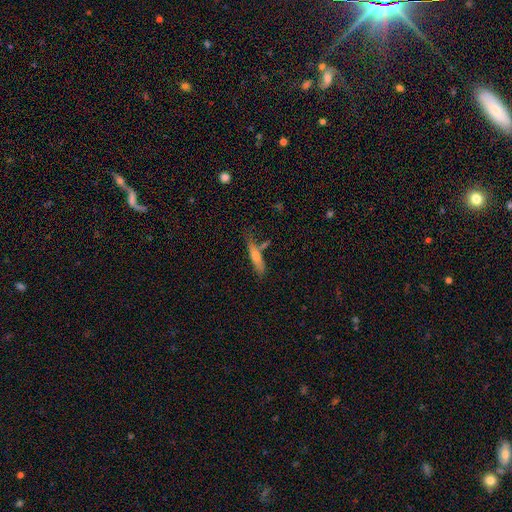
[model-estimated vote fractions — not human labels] Q: Smooth or featured?
A: smooth (54%); runner-up: featured or disk (37%)
Q: How rounded?
A: cigar-shaped (85%); runner-up: in between (13%)
Q: Merging?
A: none (63%); runner-up: minor disturbance (19%)